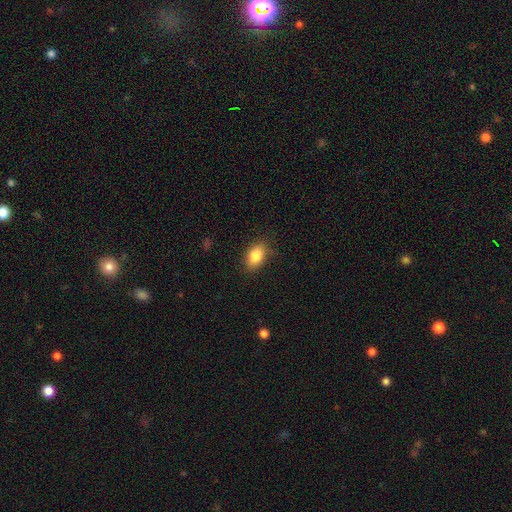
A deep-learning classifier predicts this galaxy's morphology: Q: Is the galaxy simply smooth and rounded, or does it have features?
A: smooth — 84%.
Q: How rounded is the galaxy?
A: in between — 87%.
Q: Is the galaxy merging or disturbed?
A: none — 83%.